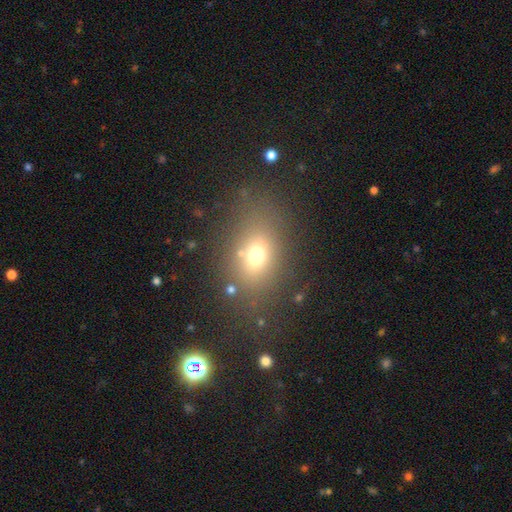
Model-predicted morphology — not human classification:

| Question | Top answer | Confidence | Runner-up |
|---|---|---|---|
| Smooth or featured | smooth | 68% | star or artifact (18%) |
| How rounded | in between | 67% | round (30%) |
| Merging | none | 73% | minor disturbance (13%) |